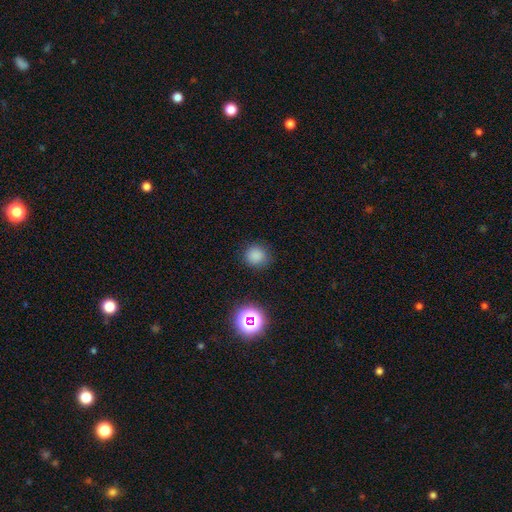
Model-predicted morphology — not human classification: smooth_or_featured: smooth (p=0.80) [alt: star or artifact p=0.16]
how_rounded: round (p=0.89) [alt: in between p=0.11]
merging: none (p=0.86) [alt: minor disturbance p=0.09]